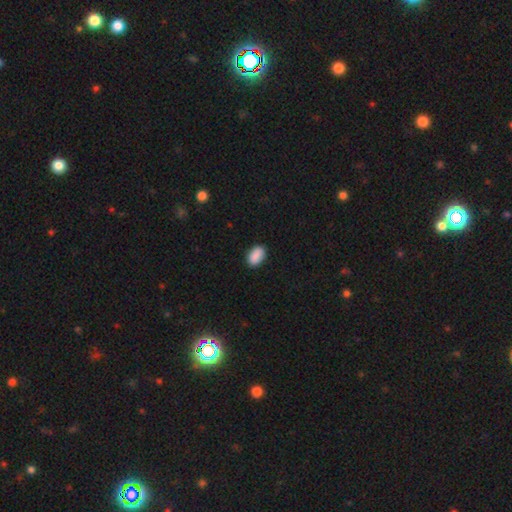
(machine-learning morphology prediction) This appears to be a smooth galaxy with no disk features (90%) that is in between round and cigar-shaped (90%). Merging: none (89%).